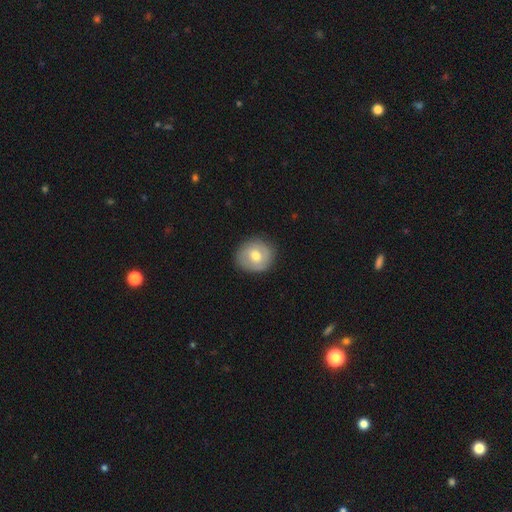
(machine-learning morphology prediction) smooth-or-featured: smooth: 59% | featured or disk: 34% | star or artifact: 7%
  how-rounded: round: 79% | in between: 20% | cigar-shaped: 1%
  merging: none: 83% | minor disturbance: 12% | major disturbance: 3% | merger: 1%